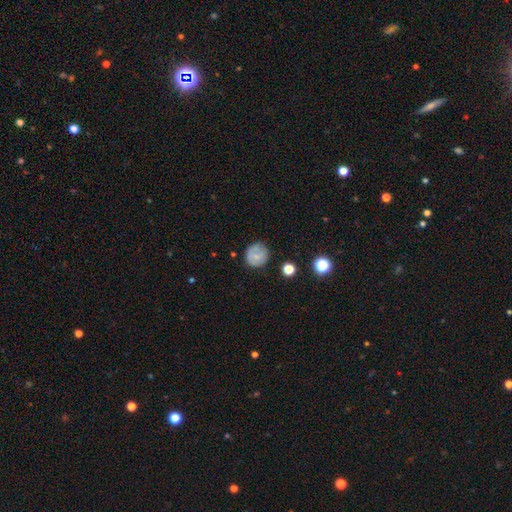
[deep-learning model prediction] Smooth or featured? smooth (65%)
How rounded? round (87%)
Merging? none (75%)